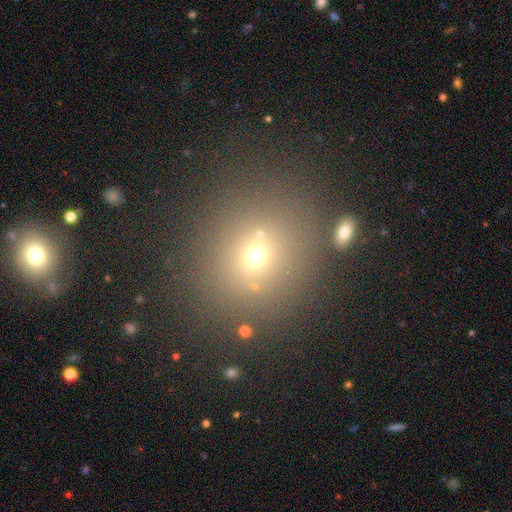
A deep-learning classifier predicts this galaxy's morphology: This is likely a smooth galaxy (62%). How rounded: clearly round (80%). Merging: likely none (78%).